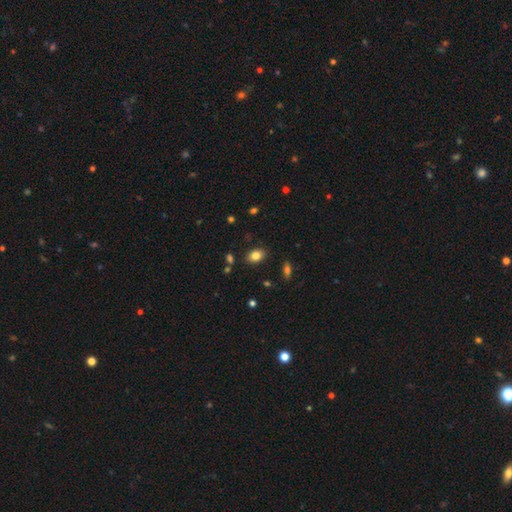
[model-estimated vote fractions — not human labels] A smooth galaxy with no disk features (82%) that is in between round and cigar-shaped (81%). Merging: none (85%).